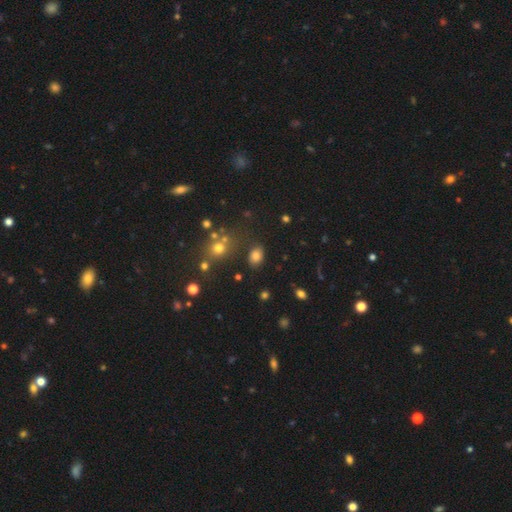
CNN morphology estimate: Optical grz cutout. It shows a smooth galaxy with no disk features (79%) that is in between round and cigar-shaped (74%). Merging: none (78%).